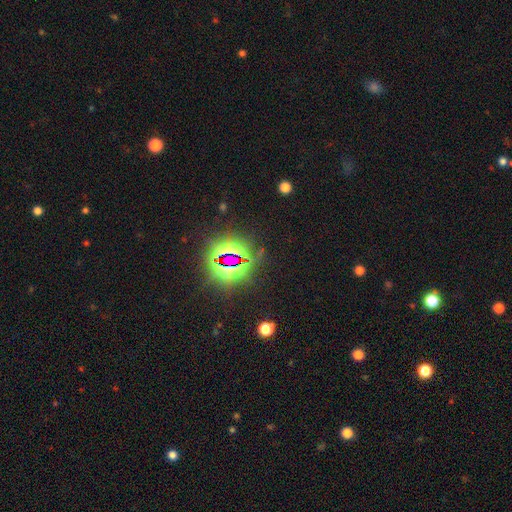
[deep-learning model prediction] A star or artifact, not a galaxy (83%).

Vote fractions:
- Smooth or featured? star or artifact: 83% / smooth: 10% / featured or disk: 7%